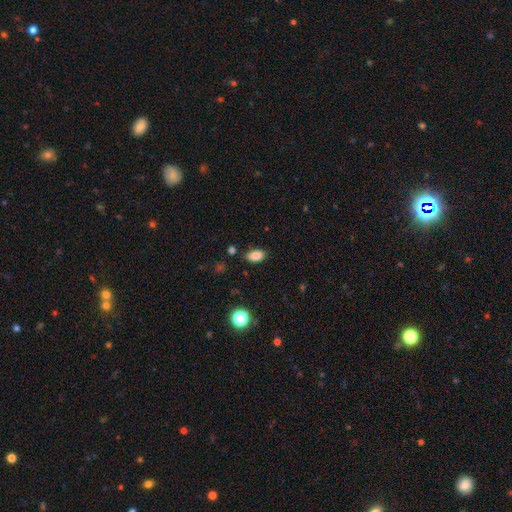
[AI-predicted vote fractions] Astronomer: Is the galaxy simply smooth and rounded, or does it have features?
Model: smooth — 85%.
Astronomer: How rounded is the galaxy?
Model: in between — 91%.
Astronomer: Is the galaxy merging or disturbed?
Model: none — 84%.